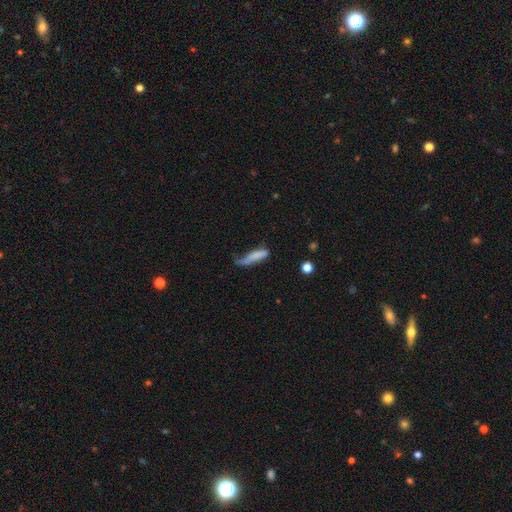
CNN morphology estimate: Smooth or featured: smooth — 72% (featured or disk — 20%)
How rounded: cigar-shaped — 69% (in between — 29%)
Merging: minor disturbance — 36% (none — 32%)